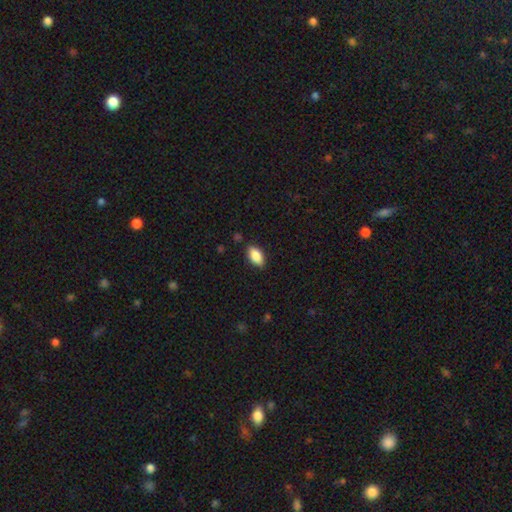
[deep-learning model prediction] Smooth or featured?
  - smooth: 87% *
  - star or artifact: 7%
  - featured or disk: 6%
How rounded?
  - in between: 92% *
  - cigar-shaped: 5%
  - round: 4%
Merging?
  - none: 85% *
  - minor disturbance: 11%
  - major disturbance: 2%
  - merger: 1%